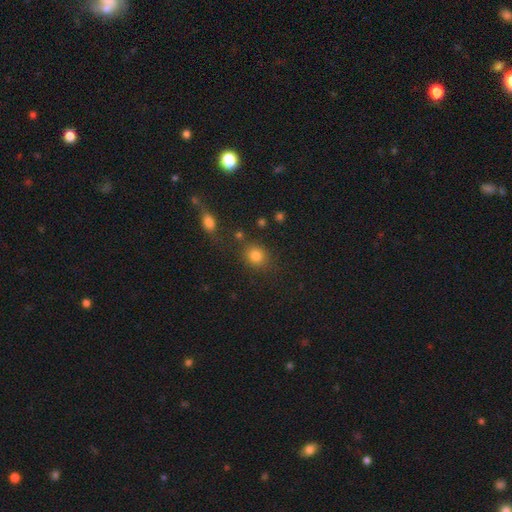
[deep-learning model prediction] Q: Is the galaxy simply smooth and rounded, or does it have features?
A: smooth — 81%.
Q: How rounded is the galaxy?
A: round — 76%.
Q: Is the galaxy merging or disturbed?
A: none — 75%.